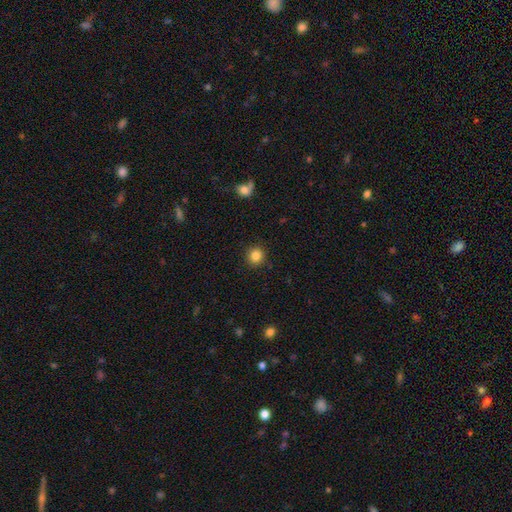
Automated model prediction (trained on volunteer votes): Q: Smooth or featured?
A: smooth (85%); runner-up: star or artifact (11%)
Q: How rounded?
A: round (90%); runner-up: in between (9%)
Q: Merging?
A: none (91%); runner-up: minor disturbance (6%)